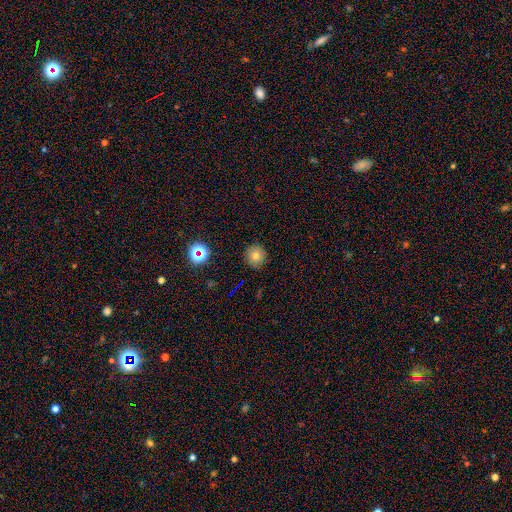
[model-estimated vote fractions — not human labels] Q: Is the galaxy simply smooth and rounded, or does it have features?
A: smooth — 72%.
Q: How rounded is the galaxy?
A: round — 94%.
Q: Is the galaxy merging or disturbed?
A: none — 90%.